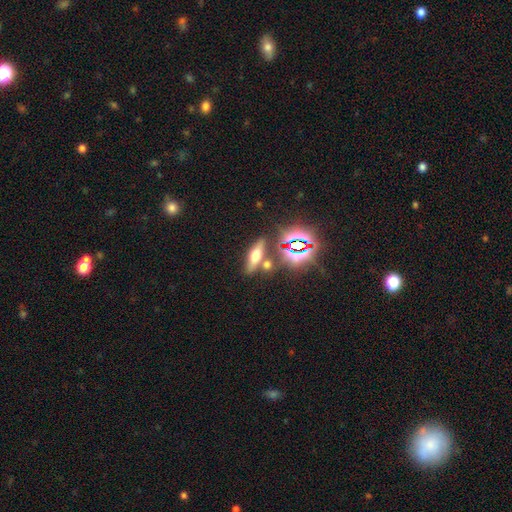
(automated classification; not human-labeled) smooth-or-featured: smooth: 41% | featured or disk: 31% | star or artifact: 27%
  merging: none: 73% | merger: 13% | minor disturbance: 10% | major disturbance: 4%